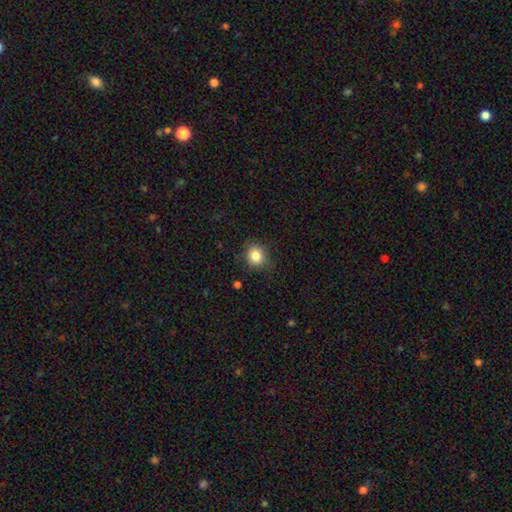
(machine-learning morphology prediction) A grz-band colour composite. It shows a smooth galaxy with no disk features (85%) that is round (84%). Merging: none (85%).